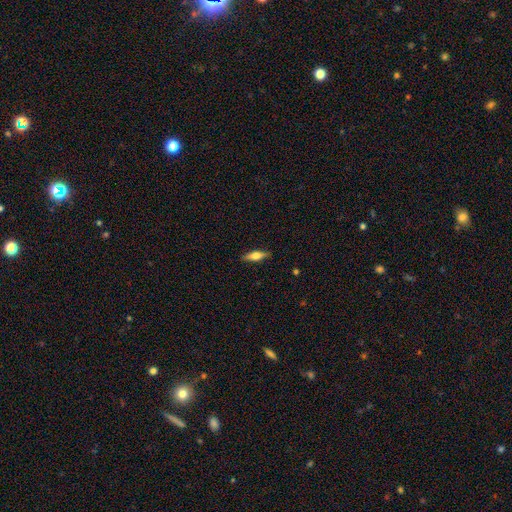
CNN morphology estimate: smooth-or-featured: smooth: 55% | featured or disk: 38% | star or artifact: 7%
  how-rounded: cigar-shaped: 52% | in between: 46% | round: 3%
  merging: none: 88% | minor disturbance: 9% | major disturbance: 2% | merger: 1%